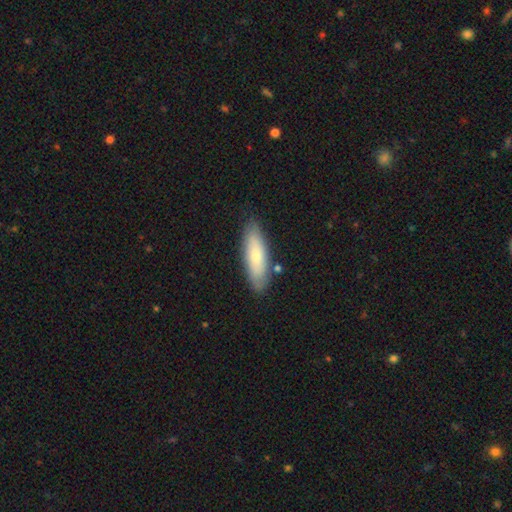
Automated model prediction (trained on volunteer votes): This is likely a smooth galaxy (73%). How rounded: possibly cigar-shaped (50%). Merging: clearly none (83%).